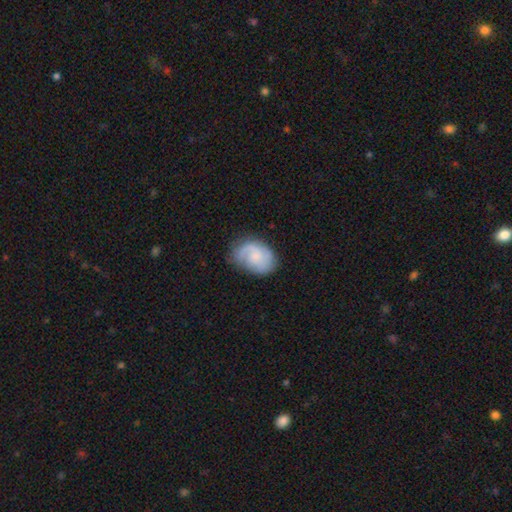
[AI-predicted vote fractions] Morphology: type=featured or disk (65%); edge-on=no (98%); bar=no (68%); spiral arms=yes (93%); winding=medium (42%); arm count=2 (49%); bulge=small (55%); merging=none (68%).